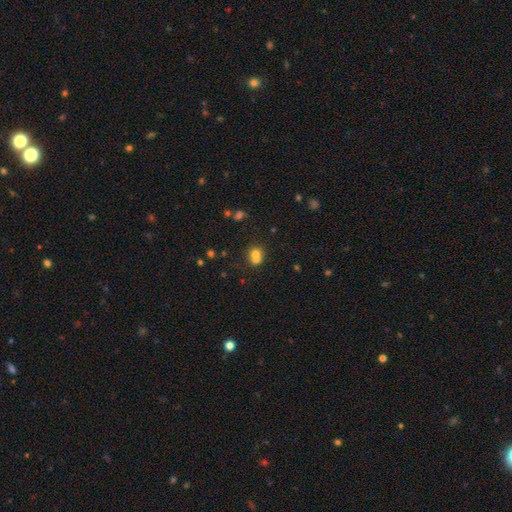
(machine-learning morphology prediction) A smooth galaxy with no disk features (70%) that is round (70%).

Vote fractions:
- Smooth or featured? smooth: 70% / featured or disk: 16% / star or artifact: 15%
- How rounded? round: 70% / in between: 29% / cigar-shaped: 1%
- Merging? merger: 56% / none: 32% / minor disturbance: 8% / major disturbance: 4%